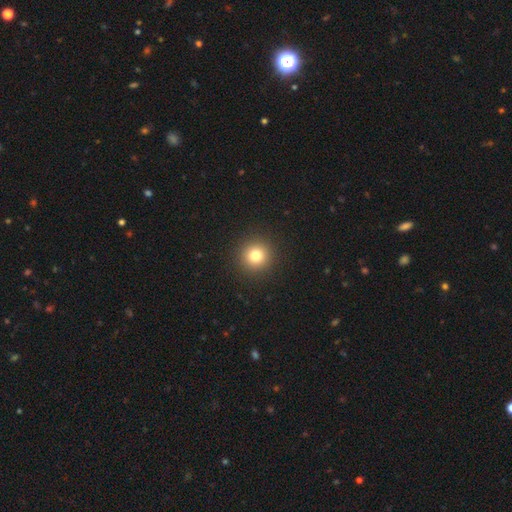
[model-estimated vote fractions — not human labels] A smooth galaxy with no disk features (80%) that is round (95%).

Vote fractions:
- Smooth or featured? smooth: 80% / star or artifact: 13% / featured or disk: 7%
- How rounded? round: 95% / in between: 4% / cigar-shaped: 1%
- Merging? none: 93% / minor disturbance: 4% / major disturbance: 2% / merger: 1%